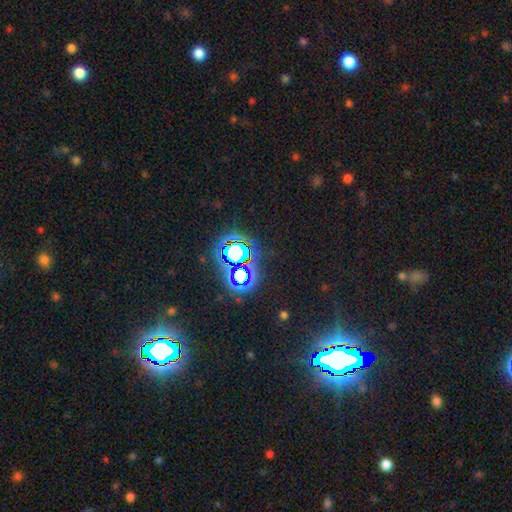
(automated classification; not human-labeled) This appears to be a star or artifact, not a galaxy (80%).